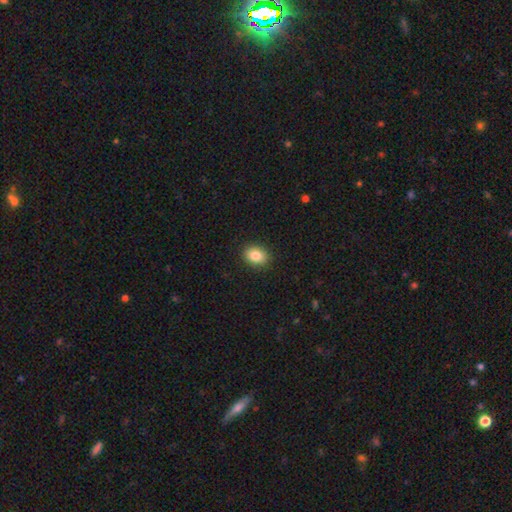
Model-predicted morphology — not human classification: Smooth or featured: smooth — 85% (star or artifact — 9%)
How rounded: in between — 66% (round — 33%)
Merging: none — 90% (minor disturbance — 7%)